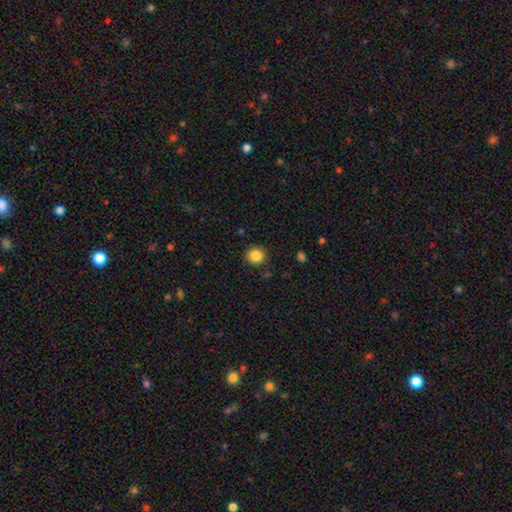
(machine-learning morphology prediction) This is clearly a smooth galaxy (85%). How rounded: clearly round (93%). Merging: clearly none (89%).